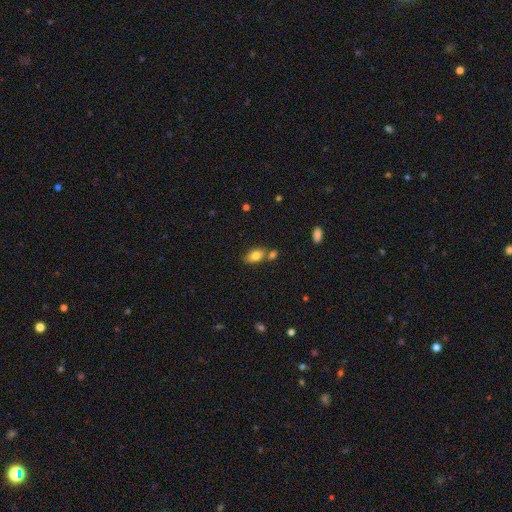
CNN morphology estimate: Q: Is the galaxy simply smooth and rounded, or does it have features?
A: smooth — 79%.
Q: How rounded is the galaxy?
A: in between — 89%.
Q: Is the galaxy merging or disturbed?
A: none — 62%.